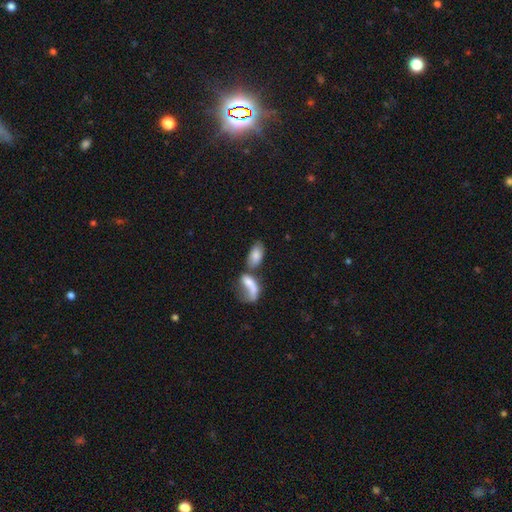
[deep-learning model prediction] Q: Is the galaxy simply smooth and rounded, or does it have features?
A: smooth — 74%.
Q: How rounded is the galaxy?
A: in between — 90%.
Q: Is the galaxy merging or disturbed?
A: merger — 45%.